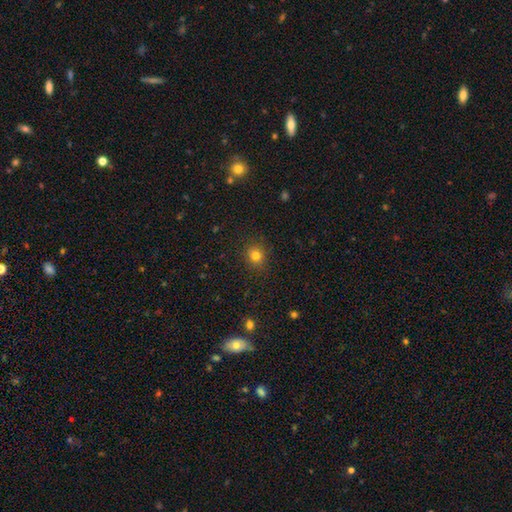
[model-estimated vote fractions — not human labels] smooth-or-featured: smooth: 79% | star or artifact: 14% | featured or disk: 6%
  how-rounded: round: 83% | in between: 16% | cigar-shaped: 1%
  merging: none: 88% | minor disturbance: 8% | major disturbance: 3% | merger: 1%